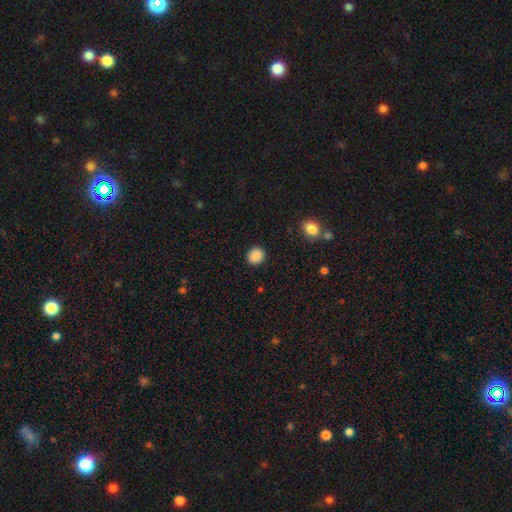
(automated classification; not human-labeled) The model was most divided on "how rounded": round: 77%, in between: 22%, cigar-shaped: 1%. More confident: merging — none (91%); smooth or featured — smooth (88%).